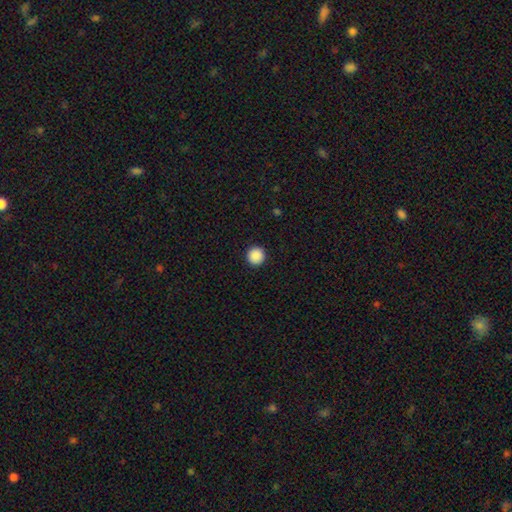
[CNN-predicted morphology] A smooth galaxy with no disk features (89%) that is round (96%).

Vote fractions:
- Smooth or featured? smooth: 89% / star or artifact: 9% / featured or disk: 2%
- How rounded? round: 96% / in between: 3% / cigar-shaped: 1%
- Merging? none: 94% / minor disturbance: 4% / major disturbance: 2% / merger: 1%